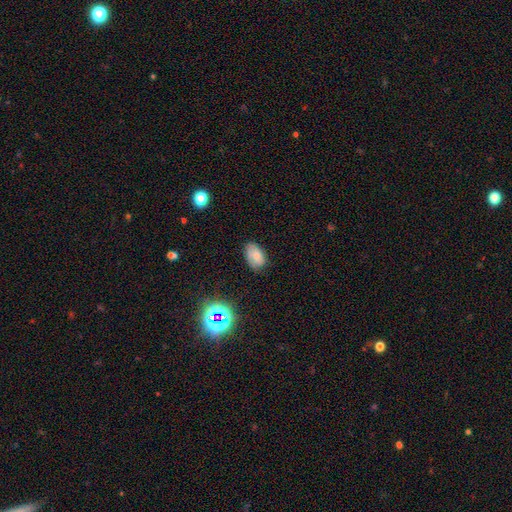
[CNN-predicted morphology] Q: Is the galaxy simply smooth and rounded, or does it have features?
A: smooth — 71%.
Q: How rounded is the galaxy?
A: in between — 90%.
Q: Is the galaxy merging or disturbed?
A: none — 70%.